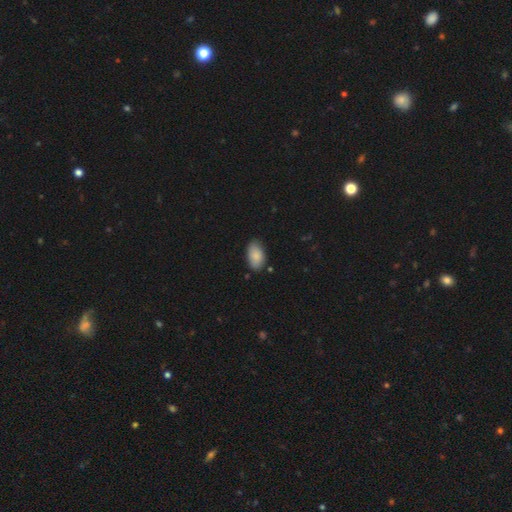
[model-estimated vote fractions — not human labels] A smooth galaxy with no disk features (86%) that is in between round and cigar-shaped (94%).

Vote fractions:
- Smooth or featured? smooth: 86% / featured or disk: 7% / star or artifact: 7%
- How rounded? in between: 94% / round: 4% / cigar-shaped: 2%
- Merging? none: 80% / minor disturbance: 15% / major disturbance: 3% / merger: 2%